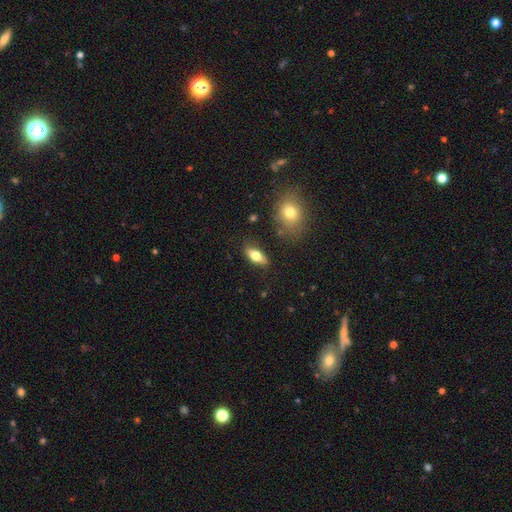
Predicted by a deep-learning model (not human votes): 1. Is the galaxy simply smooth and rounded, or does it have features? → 65% smooth, 28% featured or disk, 7% star or artifact.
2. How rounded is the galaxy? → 76% in between, 19% cigar-shaped, 4% round.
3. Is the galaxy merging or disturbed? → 81% none, 13% minor disturbance, 3% major disturbance, 3% merger.